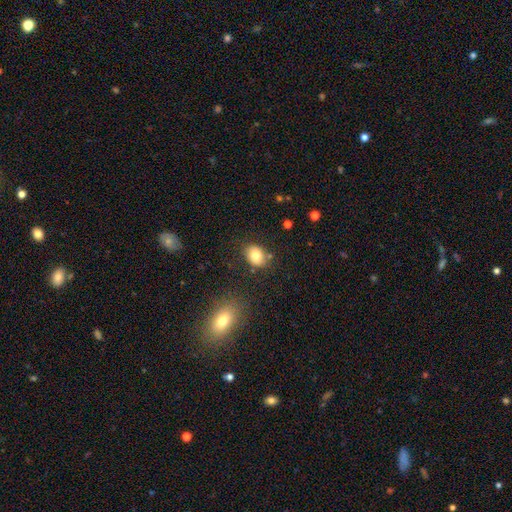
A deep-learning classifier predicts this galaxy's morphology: A smooth galaxy with no disk features (80%) that is in between round and cigar-shaped (65%). Merging: none (78%).